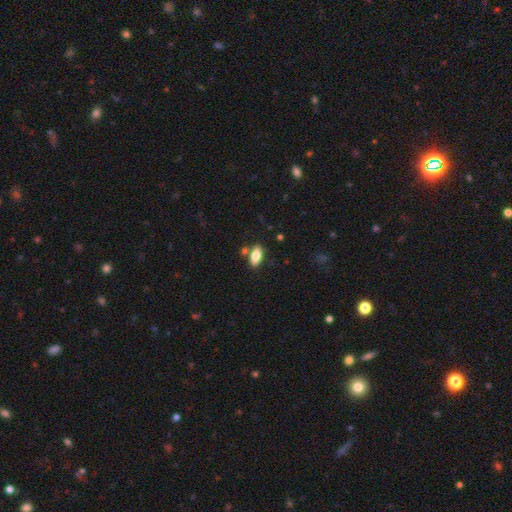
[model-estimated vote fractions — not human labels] smooth-or-featured: smooth: 79% | featured or disk: 14% | star or artifact: 7%
  how-rounded: in between: 85% | cigar-shaped: 12% | round: 3%
  merging: none: 76% | minor disturbance: 12% | merger: 9% | major disturbance: 3%